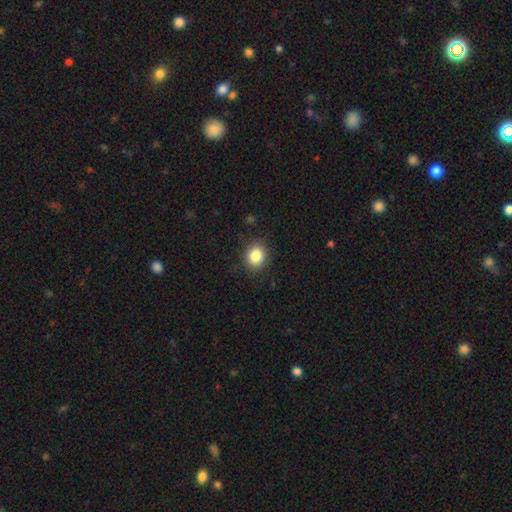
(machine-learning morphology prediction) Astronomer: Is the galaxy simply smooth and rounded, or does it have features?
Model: smooth — 85%.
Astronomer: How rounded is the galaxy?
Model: round — 68%.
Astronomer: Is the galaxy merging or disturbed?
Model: none — 87%.